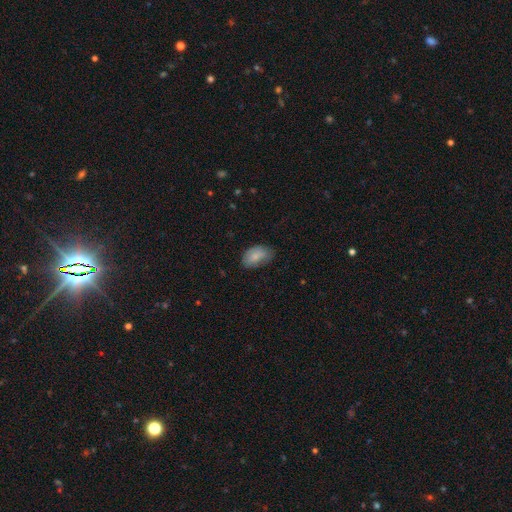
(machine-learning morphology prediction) Smooth or featured?
  - smooth: 81% *
  - featured or disk: 12%
  - star or artifact: 7%
How rounded?
  - in between: 92% *
  - round: 6%
  - cigar-shaped: 2%
Merging?
  - none: 64% *
  - minor disturbance: 28%
  - major disturbance: 7%
  - merger: 1%